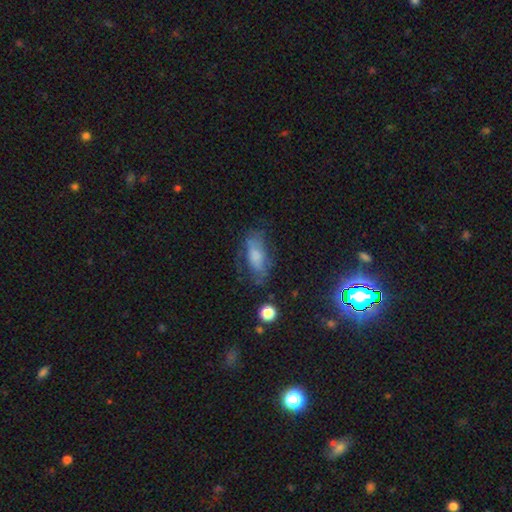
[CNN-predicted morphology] Overall: smooth (44%; featured or disk 39%). Merging: none (62%; minor disturbance 23%).